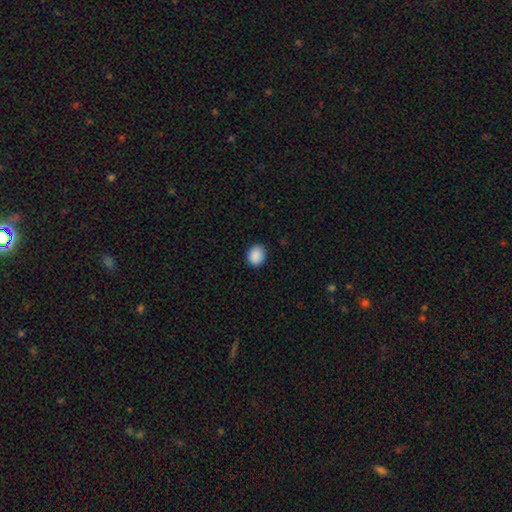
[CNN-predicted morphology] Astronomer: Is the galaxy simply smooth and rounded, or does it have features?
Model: smooth — 90%.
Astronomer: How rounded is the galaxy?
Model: round — 62% (runner-up: in between, 37%).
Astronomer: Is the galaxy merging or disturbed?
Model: none — 88%.